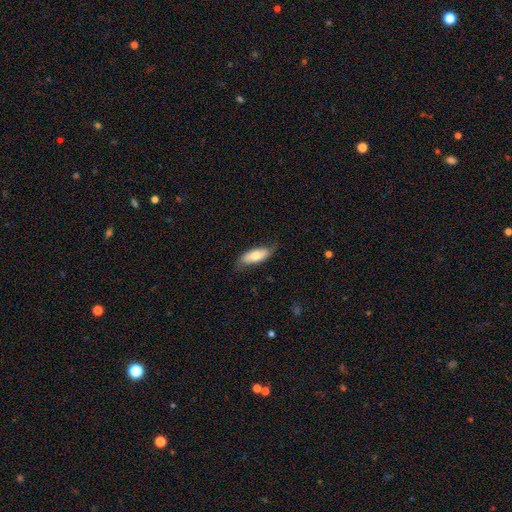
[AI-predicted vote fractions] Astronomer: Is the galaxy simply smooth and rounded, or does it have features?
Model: smooth — 68%.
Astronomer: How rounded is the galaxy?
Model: in between — 73%.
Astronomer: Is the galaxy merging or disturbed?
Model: none — 72%.